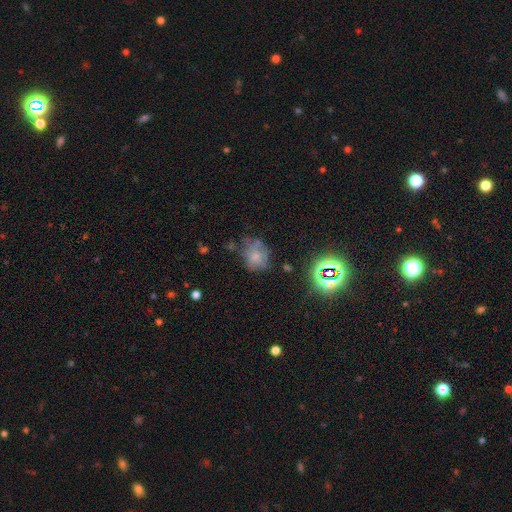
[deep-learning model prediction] smooth_or_featured: smooth (p=0.58) [alt: featured or disk p=0.24]
how_rounded: round (p=0.59) [alt: in between p=0.40]
merging: none (p=0.49) [alt: minor disturbance p=0.29]